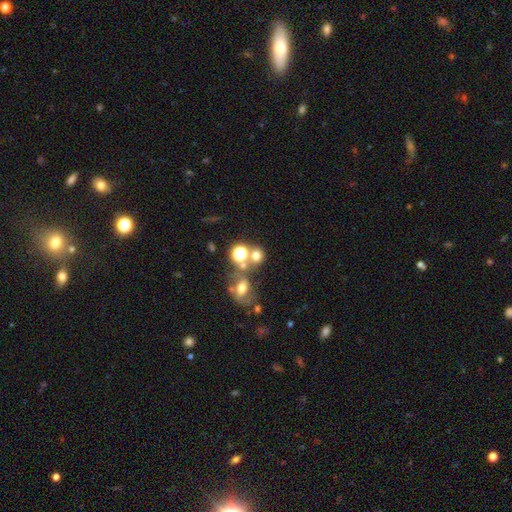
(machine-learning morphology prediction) Overall: smooth (66%). How rounded: round (75%). Merging: none (51%; merger 32%).